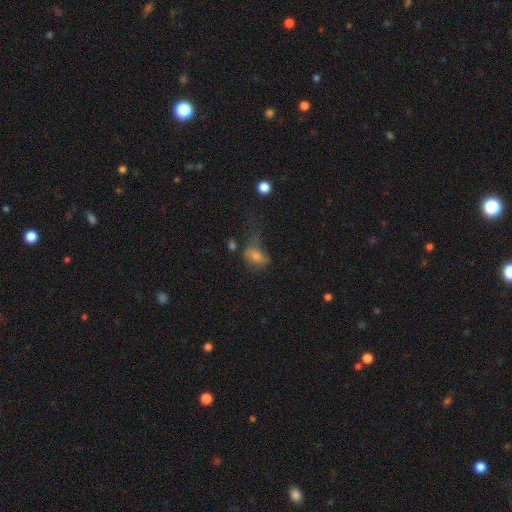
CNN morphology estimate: A smooth galaxy with no disk features (66%) that is in between round and cigar-shaped (77%). Merging: major disturbance (44%).